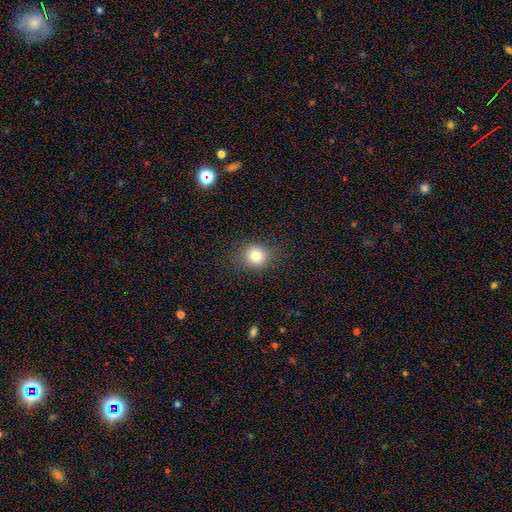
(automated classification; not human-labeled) A smooth galaxy with no disk features (80%) that is round (80%). Merging: none (84%).